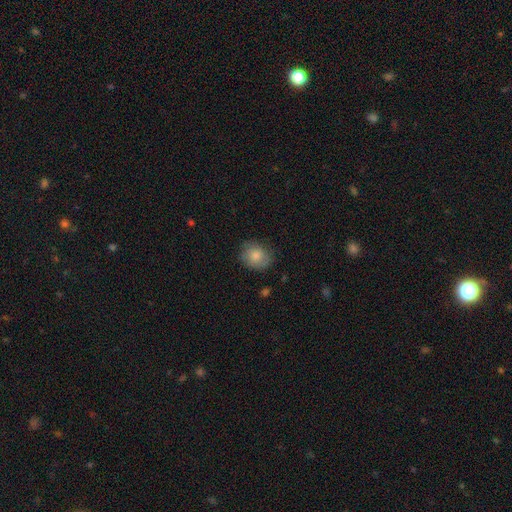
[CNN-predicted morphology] Smooth or featured? smooth (74%)
How rounded? round (61%)
Merging? none (75%)